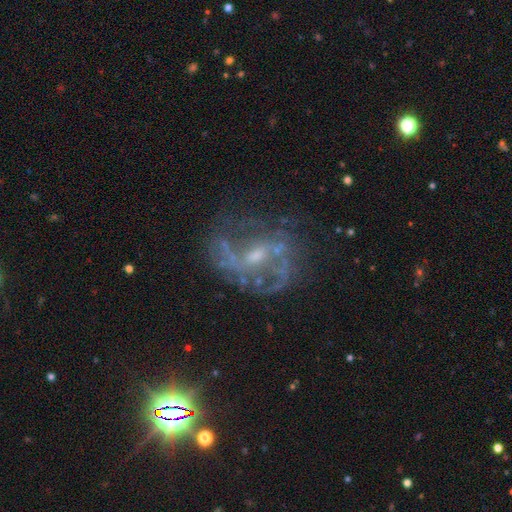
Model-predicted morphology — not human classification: Smooth or featured: featured or disk — 78% (star or artifact — 15%)
Edge-on disk: no — 97% (yes — 3%)
Bar: weak — 47% (no — 33%)
Spiral arms: yes — 87% (no — 13%)
Spiral winding: loose — 43% (medium — 42%)
Spiral arm count: 2 — 63% (can't tell — 17%)
Bulge size: small — 60% (moderate — 28%)
Merging: none — 60% (major disturbance — 18%)